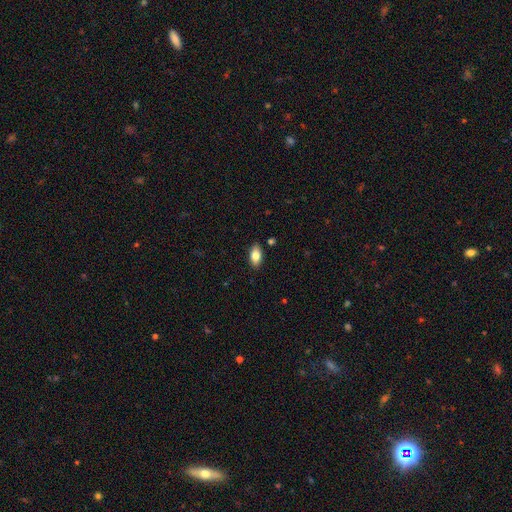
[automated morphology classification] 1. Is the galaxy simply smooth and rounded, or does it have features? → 82% smooth, 11% featured or disk, 7% star or artifact.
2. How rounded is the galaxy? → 92% in between, 4% cigar-shaped, 4% round.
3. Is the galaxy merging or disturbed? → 88% none, 9% minor disturbance, 2% major disturbance, 1% merger.